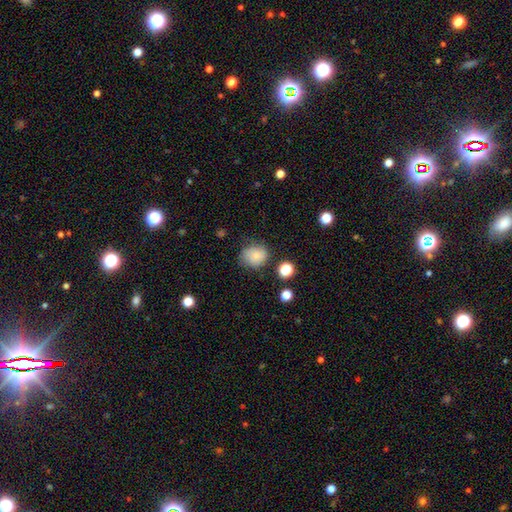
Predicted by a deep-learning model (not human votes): Smooth or featured? smooth (79%)
How rounded? round (72%)
Merging? none (65%)